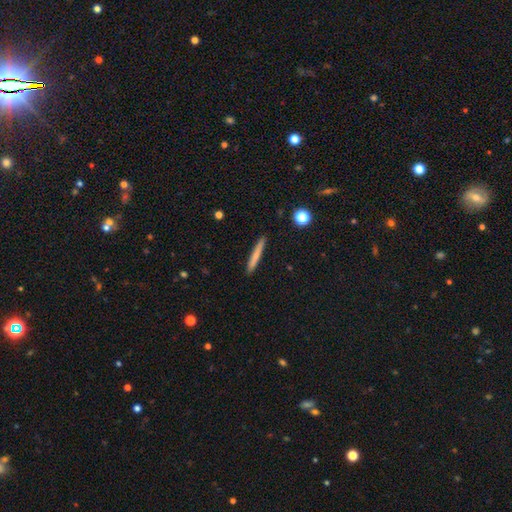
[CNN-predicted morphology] A smooth galaxy with no disk features (70%) that is cigar-shaped (96%).

Vote fractions:
- Smooth or featured? smooth: 70% / featured or disk: 23% / star or artifact: 7%
- How rounded? cigar-shaped: 96% / in between: 3% / round: 1%
- Merging? none: 91% / minor disturbance: 6% / major disturbance: 1% / merger: 1%